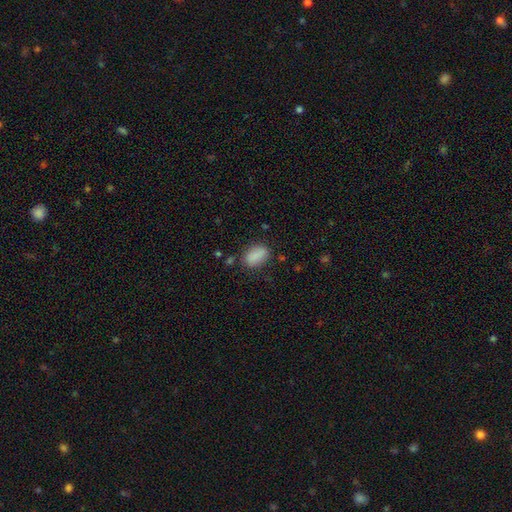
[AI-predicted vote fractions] This appears to be a smooth galaxy with no disk features (87%) that is in between round and cigar-shaped (88%). Merging: none (78%).